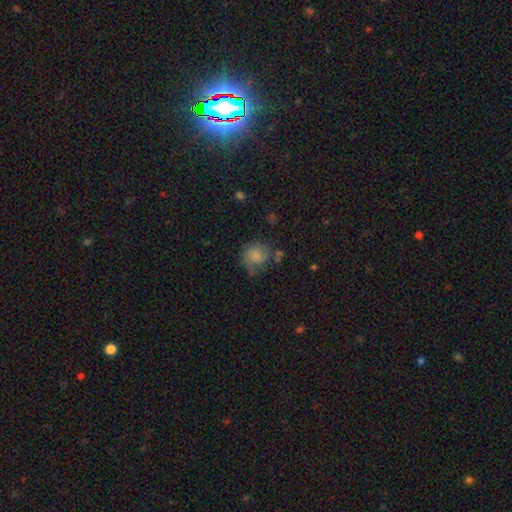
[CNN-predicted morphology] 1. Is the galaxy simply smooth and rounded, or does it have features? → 67% smooth, 23% featured or disk, 10% star or artifact.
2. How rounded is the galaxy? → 76% round, 23% in between, 1% cigar-shaped.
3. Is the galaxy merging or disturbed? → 53% none, 29% minor disturbance, 14% major disturbance, 4% merger.